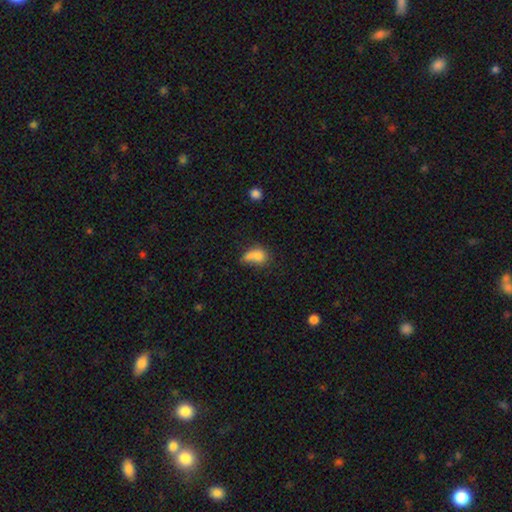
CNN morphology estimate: Smooth or featured? Predicted: smooth (p=0.73). How rounded? Predicted: in between (p=0.71). Merging? Predicted: merger (p=0.42).